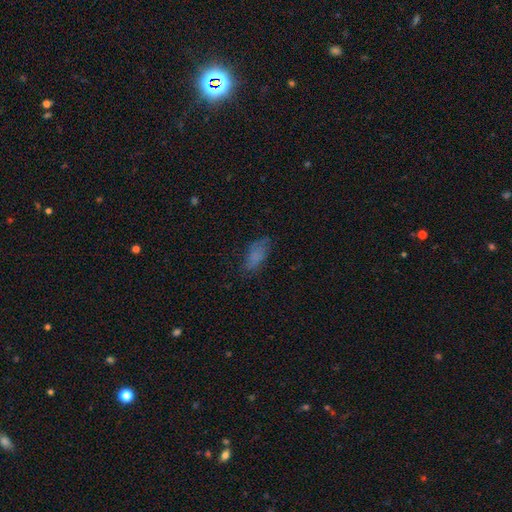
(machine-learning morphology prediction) Overall: smooth (71%). How rounded: in between (85%). Merging: none (64%).